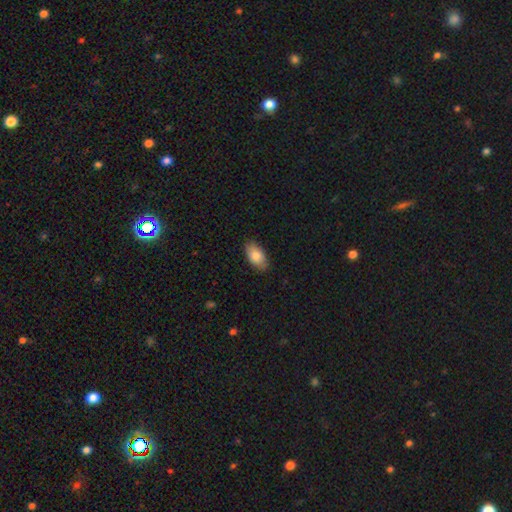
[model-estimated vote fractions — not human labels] A smooth galaxy with no disk features (83%) that is in between round and cigar-shaped (93%). Merging: none (85%).